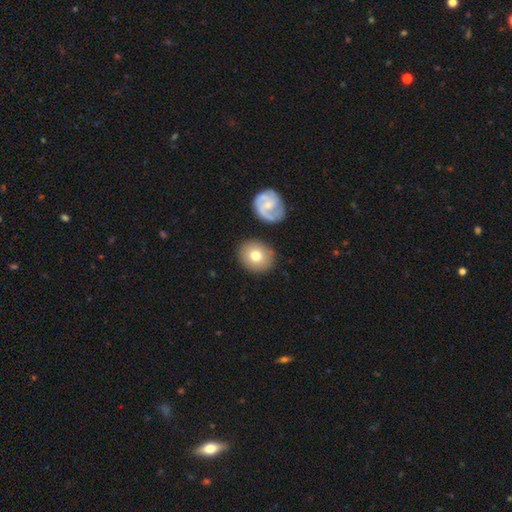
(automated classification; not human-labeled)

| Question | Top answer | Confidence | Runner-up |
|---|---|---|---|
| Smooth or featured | smooth | 72% | featured or disk (21%) |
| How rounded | round | 78% | in between (21%) |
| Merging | none | 84% | minor disturbance (9%) |